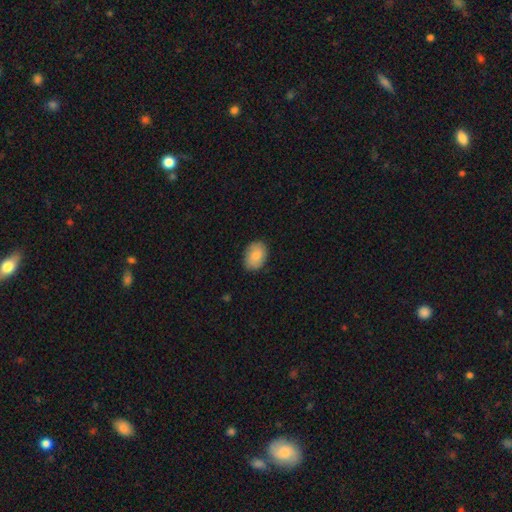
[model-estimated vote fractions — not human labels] The model was most divided on "how rounded": in between: 76%, round: 23%, cigar-shaped: 1%. More confident: smooth or featured — smooth (84%); merging — none (84%).